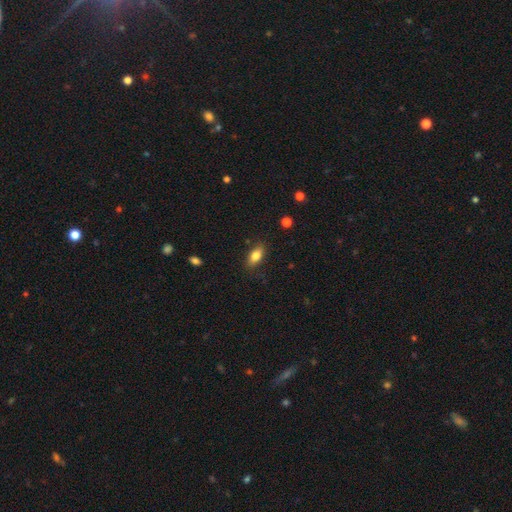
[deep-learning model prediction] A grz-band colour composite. It shows a smooth galaxy with no disk features (83%) that is in between round and cigar-shaped (86%). Merging: none (83%).